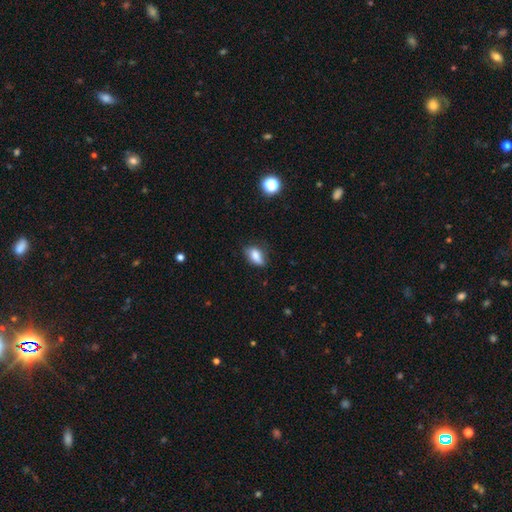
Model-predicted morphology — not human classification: Overall: smooth (77%). How rounded: in between (83%). Merging: none (65%; minor disturbance 27%).